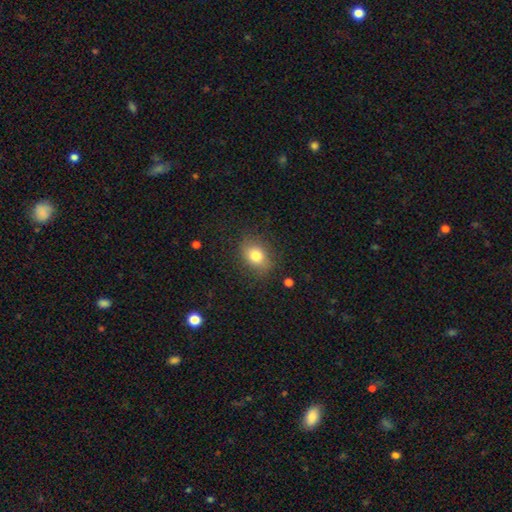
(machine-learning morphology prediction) The model was most divided on "how rounded": in between: 65%, round: 33%, cigar-shaped: 1%. More confident: smooth or featured — smooth (79%); merging — none (79%).